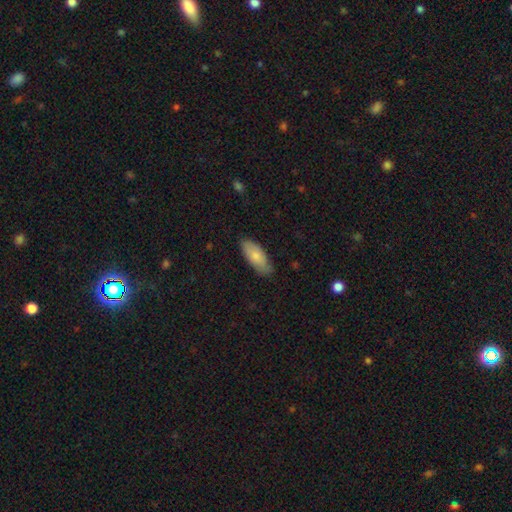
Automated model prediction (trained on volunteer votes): A smooth galaxy with no disk features (79%) that is in between round and cigar-shaped (84%).

Vote fractions:
- Smooth or featured? smooth: 79% / featured or disk: 15% / star or artifact: 5%
- How rounded? in between: 84% / cigar-shaped: 14% / round: 2%
- Merging? none: 76% / minor disturbance: 20% / major disturbance: 3% / merger: 1%